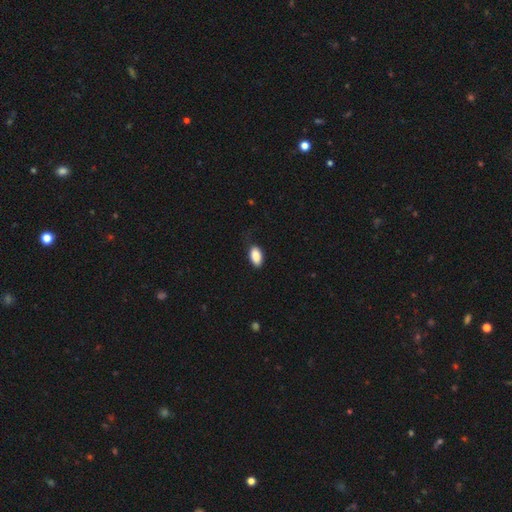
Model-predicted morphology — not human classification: Smooth or featured? smooth (89%)
How rounded? in between (93%)
Merging? none (73%)